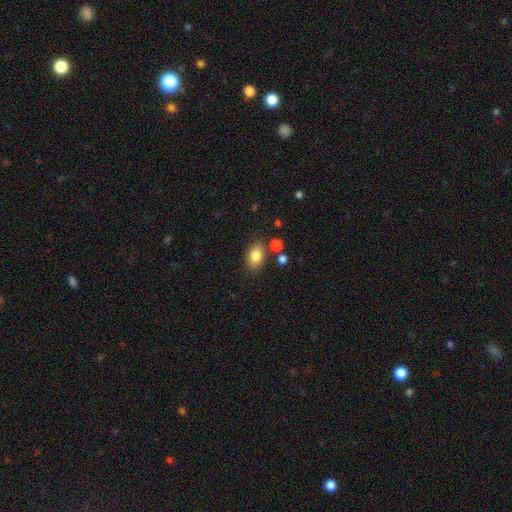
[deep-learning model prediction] smooth 83%, star or artifact 9%, featured or disk 8%. Down the decision tree: how rounded — in between (82%); merging — none (78%).